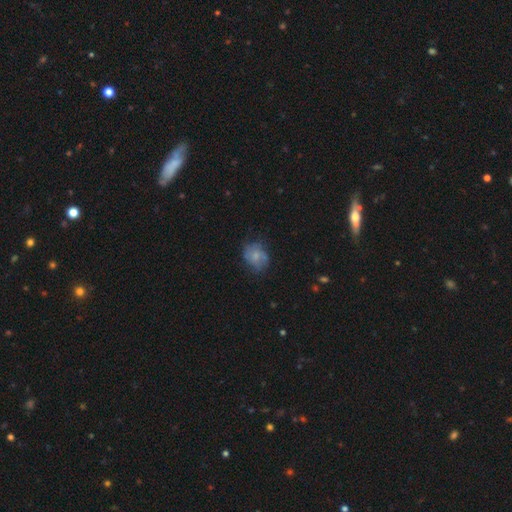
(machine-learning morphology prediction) Smooth or featured? smooth (58%)
How rounded? in between (51%)
Merging? none (57%)